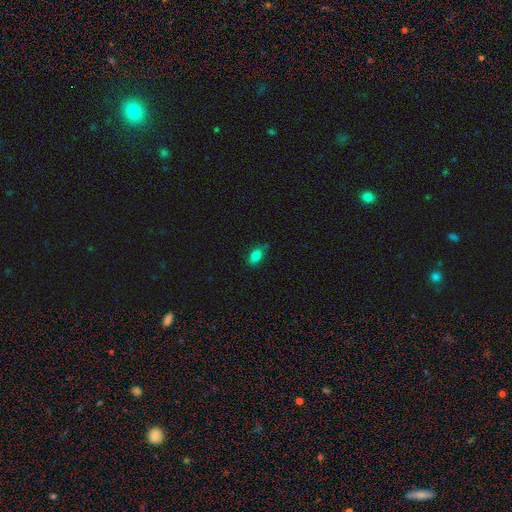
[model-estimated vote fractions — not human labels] This appears to be a smooth galaxy with no disk features (79%) that is in between round and cigar-shaped (81%). Merging: none (68%).